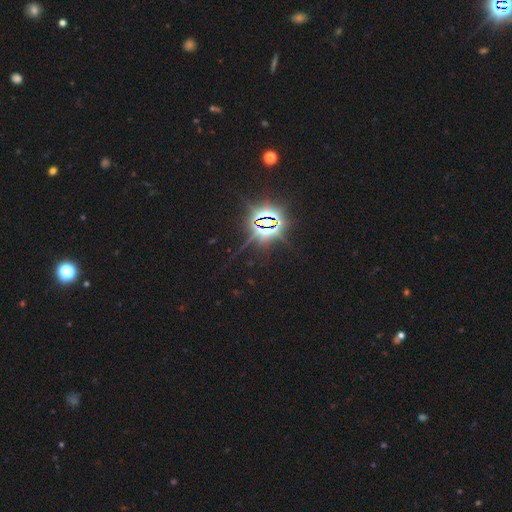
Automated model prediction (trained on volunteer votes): The model was most divided on "smooth or featured": star or artifact: 83%, smooth: 11%, featured or disk: 6%.